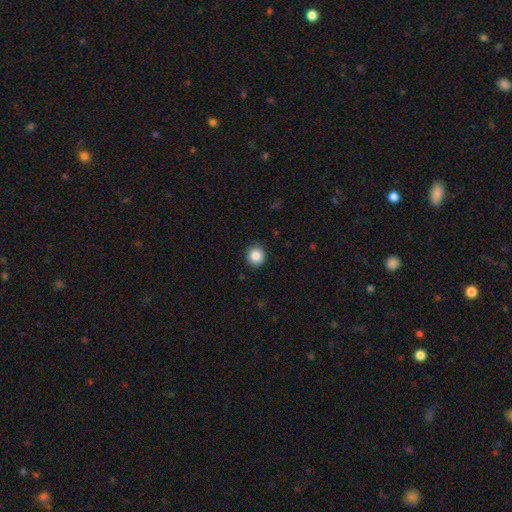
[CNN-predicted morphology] type=smooth (86%); roundness=round (92%); merging=none (91%).